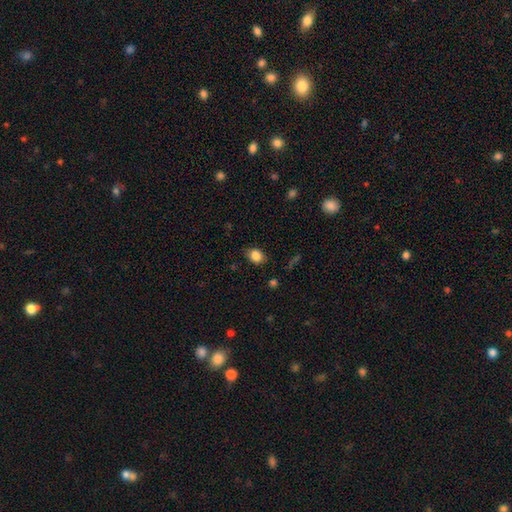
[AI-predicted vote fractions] This is clearly a smooth galaxy (84%). How rounded: possibly in between (58%). Merging: clearly none (82%).